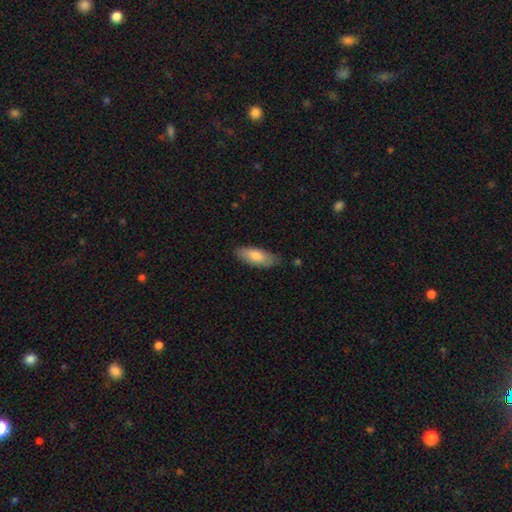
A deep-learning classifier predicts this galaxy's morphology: Smooth or featured? Predicted: smooth (p=0.77). How rounded? Predicted: in between (p=0.69). Merging? Predicted: none (p=0.80).